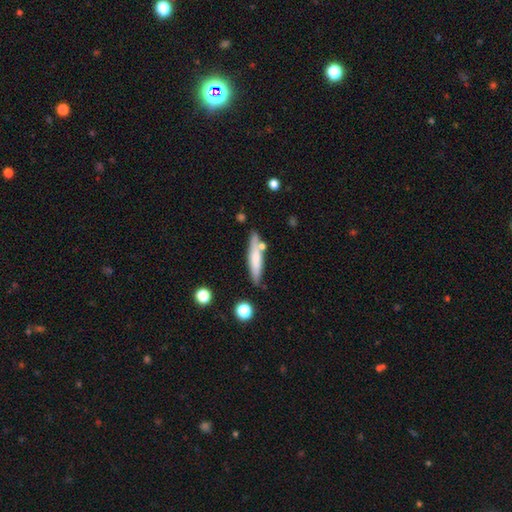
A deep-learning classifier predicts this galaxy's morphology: A smooth galaxy with no disk features (63%) that is cigar-shaped (86%). Merging: none (73%).